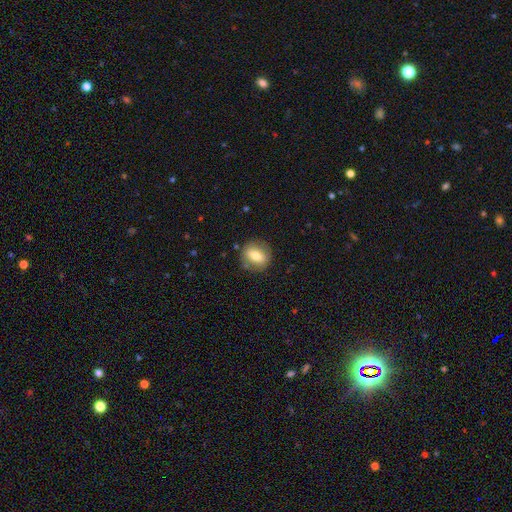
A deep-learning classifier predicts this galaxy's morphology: Overall: smooth (69%). How rounded: round (62%; in between 36%). Merging: none (82%).